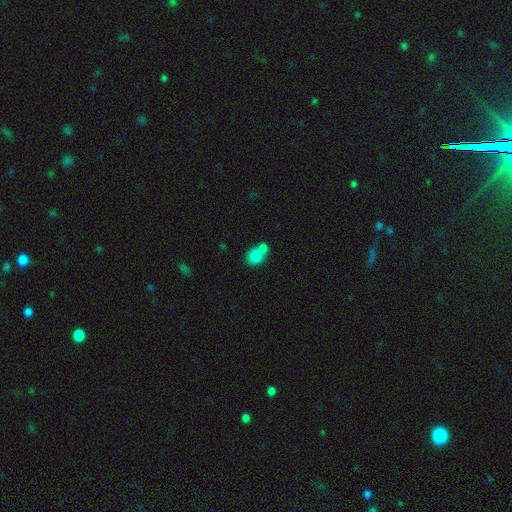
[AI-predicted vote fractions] This appears to be a smooth galaxy with no disk features (80%) that is round (59%). Merging: merger (53%).